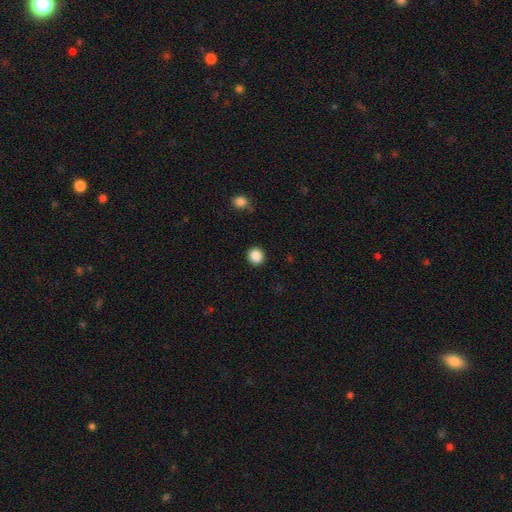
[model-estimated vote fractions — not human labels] smooth-or-featured: smooth: 88% | star or artifact: 10% | featured or disk: 3%
  how-rounded: round: 91% | in between: 8% | cigar-shaped: 1%
  merging: none: 91% | minor disturbance: 6% | major disturbance: 2% | merger: 1%